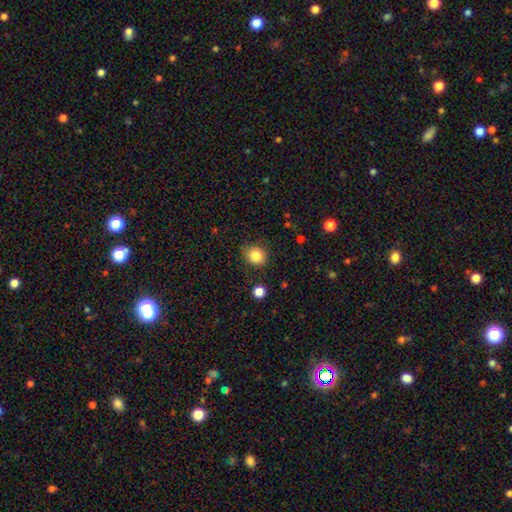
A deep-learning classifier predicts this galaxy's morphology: smooth-or-featured: smooth: 83% | star or artifact: 10% | featured or disk: 6%
  how-rounded: round: 71% | in between: 28% | cigar-shaped: 1%
  merging: none: 80% | minor disturbance: 15% | major disturbance: 3% | merger: 2%